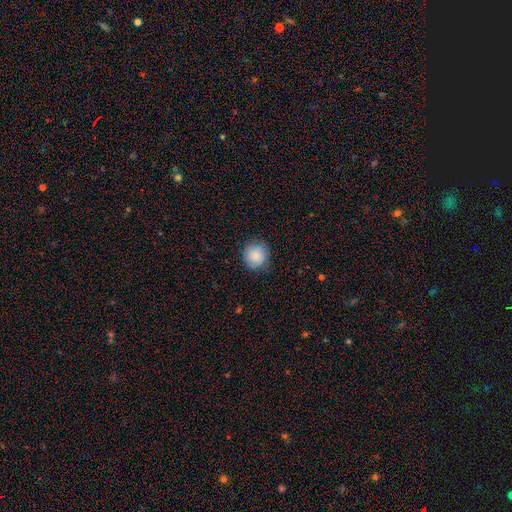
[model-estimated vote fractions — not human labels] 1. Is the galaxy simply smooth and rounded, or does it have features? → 86% smooth, 8% star or artifact, 6% featured or disk.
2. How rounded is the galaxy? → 92% round, 7% in between, 1% cigar-shaped.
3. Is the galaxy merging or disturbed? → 85% none, 12% minor disturbance, 3% major disturbance, 1% merger.